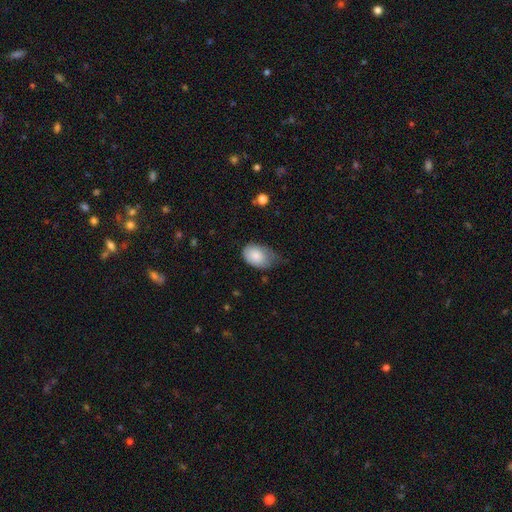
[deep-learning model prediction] Smooth or featured? Predicted: smooth (p=0.83). How rounded? Predicted: in between (p=0.85). Merging? Predicted: minor disturbance (p=0.46).